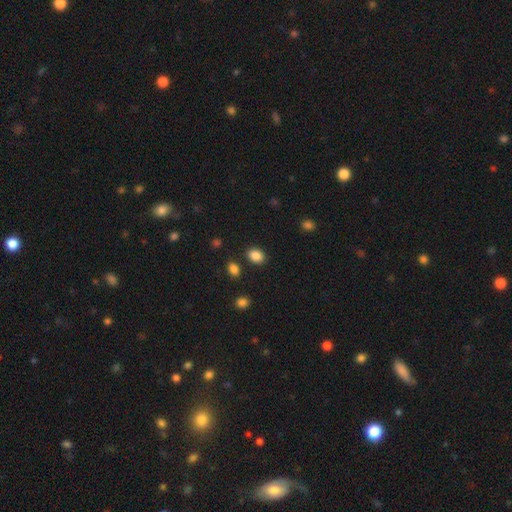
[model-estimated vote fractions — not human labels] Smooth or featured? Predicted: smooth (p=0.87). How rounded? Predicted: in between (p=0.69). Merging? Predicted: none (p=0.84).